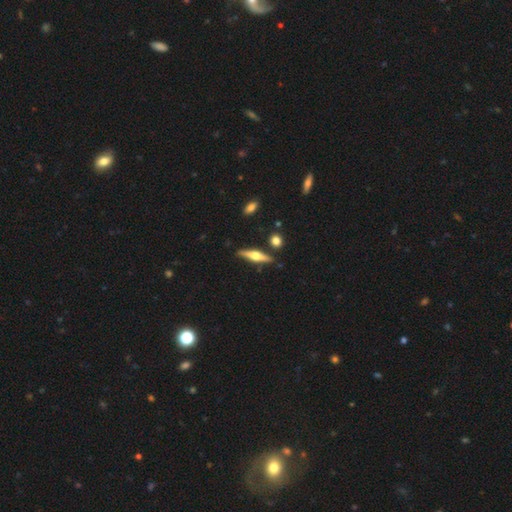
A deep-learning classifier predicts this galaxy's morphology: This appears to be a featured or disk galaxy (68%) viewed edge-on (96%) with a rounded central bulge (95%). Merging: none (86%).